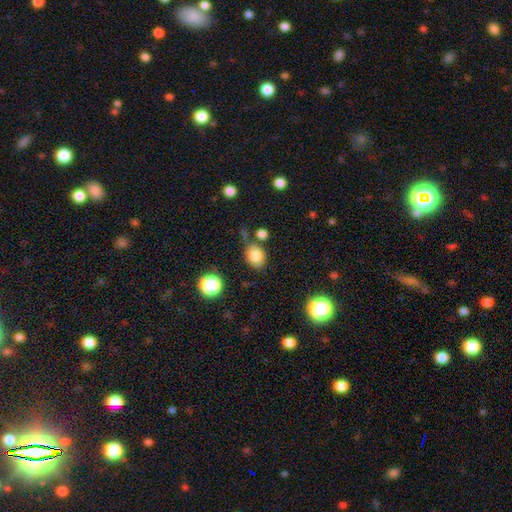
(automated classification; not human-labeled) The model was most divided on "how rounded": in between: 63%, round: 36%, cigar-shaped: 1%. More confident: smooth or featured — smooth (82%); merging — none (71%).